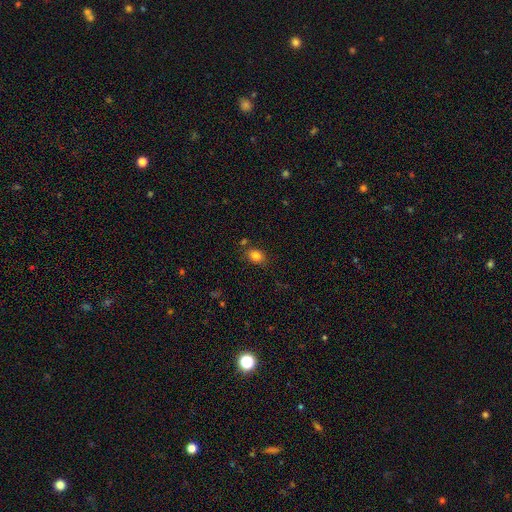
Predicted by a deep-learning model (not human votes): smooth_or_featured: smooth (p=0.82) [alt: star or artifact p=0.11]
how_rounded: in between (p=0.72) [alt: round p=0.27]
merging: none (p=0.78) [alt: minor disturbance p=0.13]